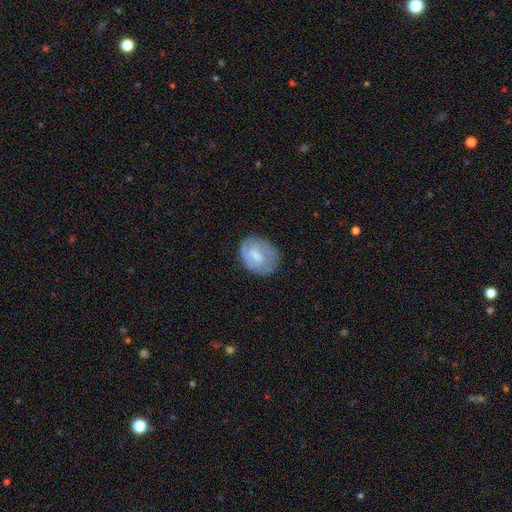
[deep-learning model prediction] The model was most divided on "smooth or featured": featured or disk: 51%, smooth: 43%, star or artifact: 7%. More confident: edge-on disk — no (96%); merging — none (69%).